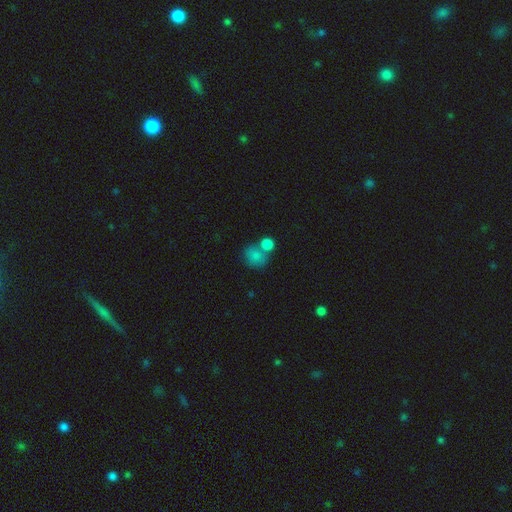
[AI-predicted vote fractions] This appears to be a smooth galaxy with no disk features (81%) that is round (68%). Merging: merger (43%).